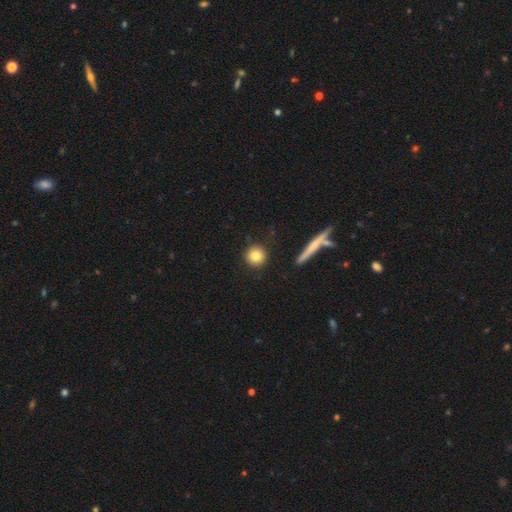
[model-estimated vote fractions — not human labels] smooth 82%, featured or disk 9%, star or artifact 9%. Down the decision tree: how rounded — round (93%); merging — none (89%).